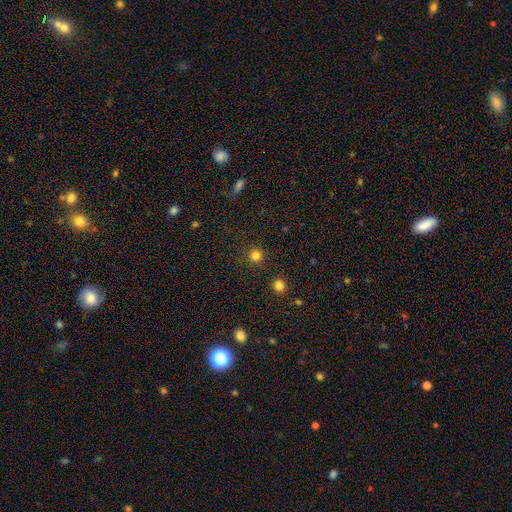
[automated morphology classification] Overall: smooth (80%). How rounded: round (94%). Merging: none (89%).